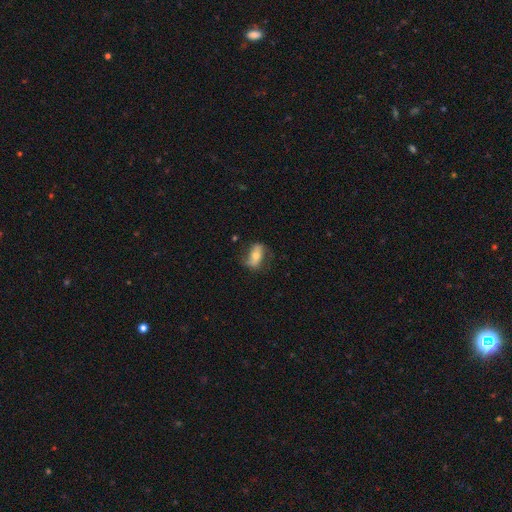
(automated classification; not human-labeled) This appears to be a featured or disk galaxy (51%). Merging: none (64%).